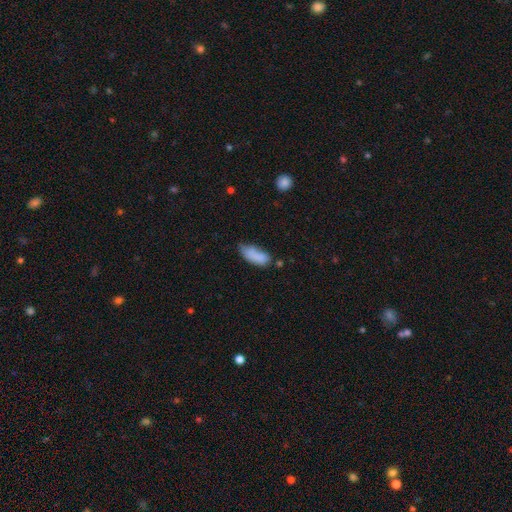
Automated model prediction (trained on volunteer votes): The model was most divided on "merging": none: 43%, minor disturbance: 36%, major disturbance: 13%, merger: 7%. More confident: how rounded — in between (83%); smooth or featured — smooth (80%).